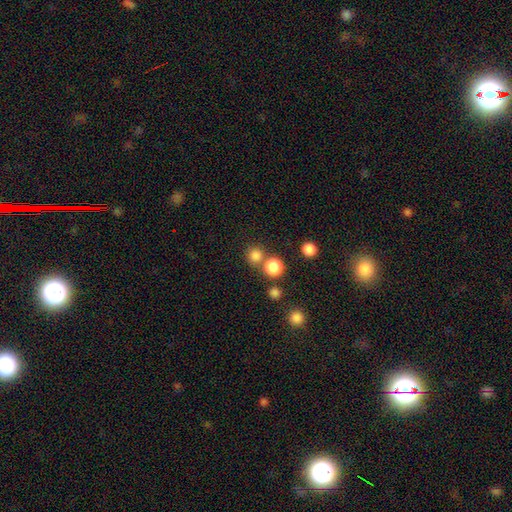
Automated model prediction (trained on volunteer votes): This appears to be a smooth galaxy with no disk features (81%) that is round (91%). Merging: none (66%).